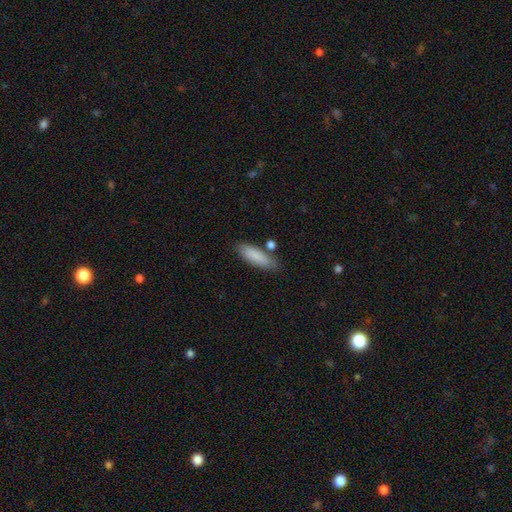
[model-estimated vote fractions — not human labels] smooth_or_featured: smooth (p=0.86) [alt: featured or disk p=0.08]
how_rounded: cigar-shaped (p=0.53) [alt: in between p=0.45]
merging: none (p=0.77) [alt: minor disturbance p=0.14]